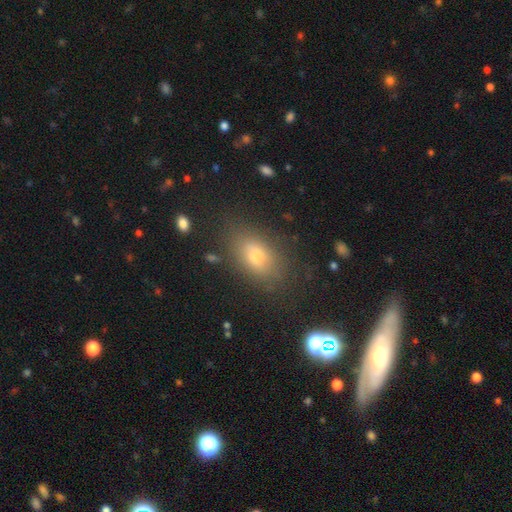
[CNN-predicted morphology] smooth_or_featured: smooth (p=0.74) [alt: star or artifact p=0.13]
how_rounded: in between (p=0.83) [alt: round p=0.14]
merging: none (p=0.79) [alt: minor disturbance p=0.14]